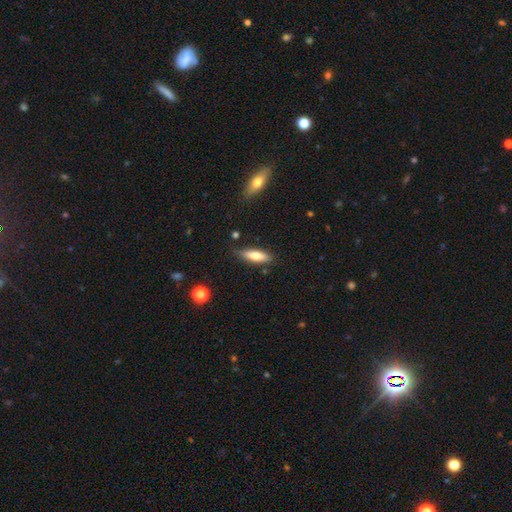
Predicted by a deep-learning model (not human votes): A smooth galaxy with no disk features (72%) that is cigar-shaped (51%).

Vote fractions:
- Smooth or featured? smooth: 72% / featured or disk: 21% / star or artifact: 6%
- How rounded? cigar-shaped: 51% / in between: 47% / round: 2%
- Merging? none: 81% / minor disturbance: 14% / major disturbance: 3% / merger: 2%